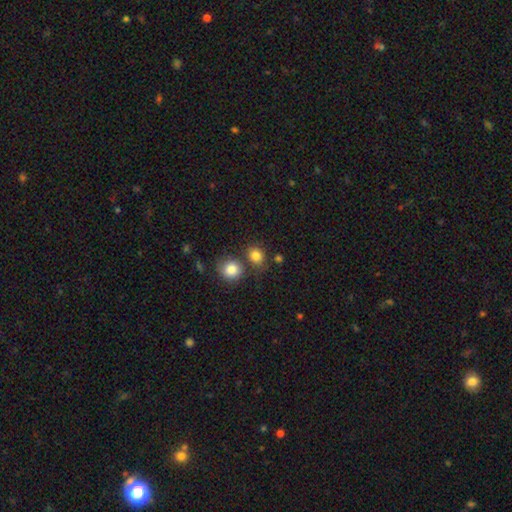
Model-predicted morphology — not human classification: smooth_or_featured: smooth (p=0.83) [alt: star or artifact p=0.11]
how_rounded: round (p=0.67) [alt: in between p=0.32]
merging: none (p=0.63) [alt: merger p=0.20]